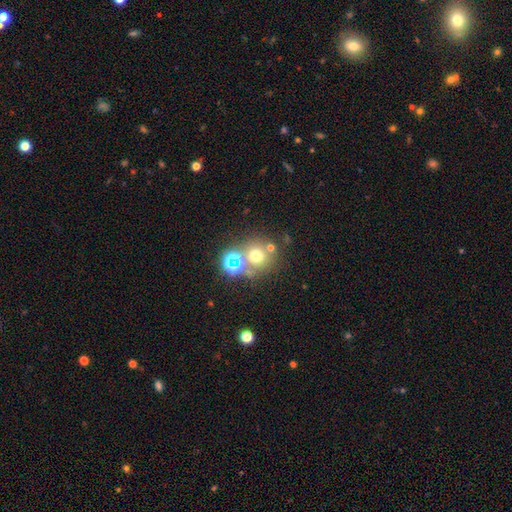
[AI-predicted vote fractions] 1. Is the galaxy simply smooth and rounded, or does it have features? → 60% smooth, 26% star or artifact, 14% featured or disk.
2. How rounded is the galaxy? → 89% round, 10% in between, 1% cigar-shaped.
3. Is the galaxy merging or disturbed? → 63% none, 23% merger, 9% minor disturbance, 5% major disturbance.